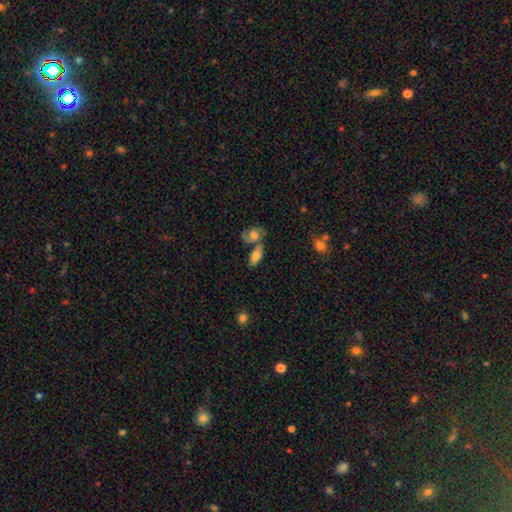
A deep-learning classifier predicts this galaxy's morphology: Overall: smooth (71%). How rounded: in between (86%). Merging: none (49%; merger 31%).